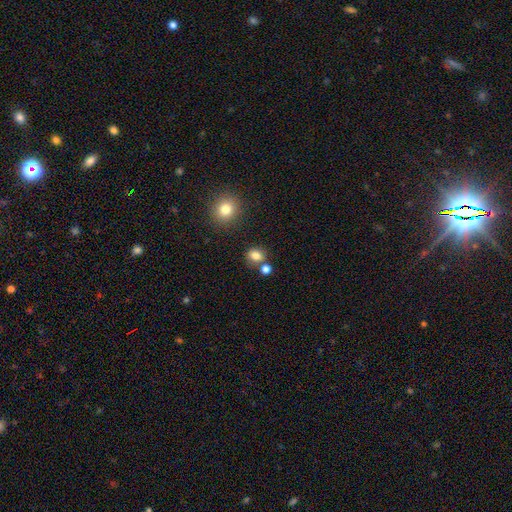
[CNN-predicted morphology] smooth-or-featured: smooth: 81% | star or artifact: 12% | featured or disk: 7%
  how-rounded: round: 55% | in between: 44% | cigar-shaped: 1%
  merging: none: 66% | merger: 18% | minor disturbance: 12% | major disturbance: 4%